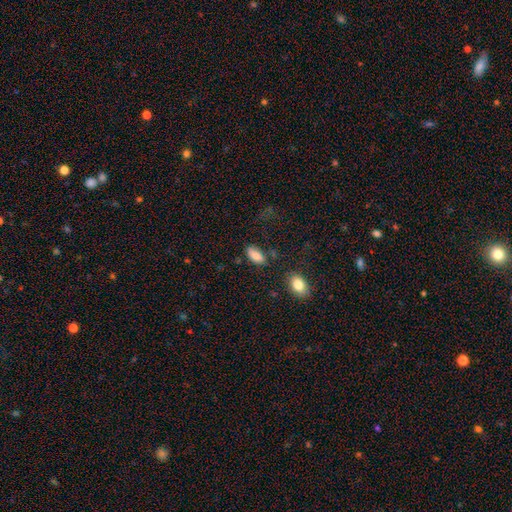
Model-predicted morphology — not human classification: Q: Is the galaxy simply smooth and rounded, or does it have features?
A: smooth — 85%.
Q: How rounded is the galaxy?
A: in between — 91%.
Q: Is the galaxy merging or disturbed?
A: none — 70%.